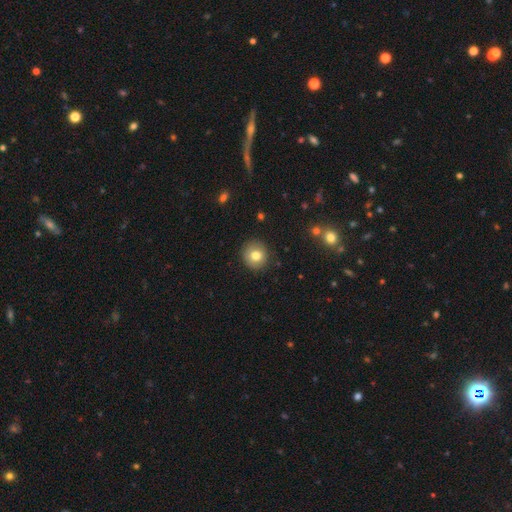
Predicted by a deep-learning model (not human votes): The model was most divided on "smooth or featured": smooth: 78%, featured or disk: 11%, star or artifact: 11%. More confident: how rounded — round (91%); merging — none (89%).